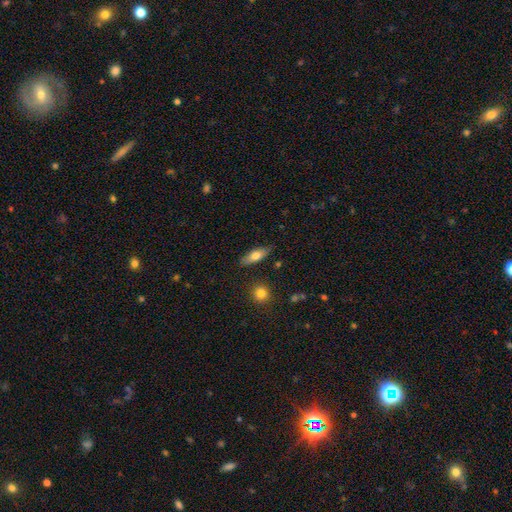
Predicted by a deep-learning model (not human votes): This is likely a smooth galaxy (67%). How rounded: possibly in between (60%). Merging: clearly none (83%).